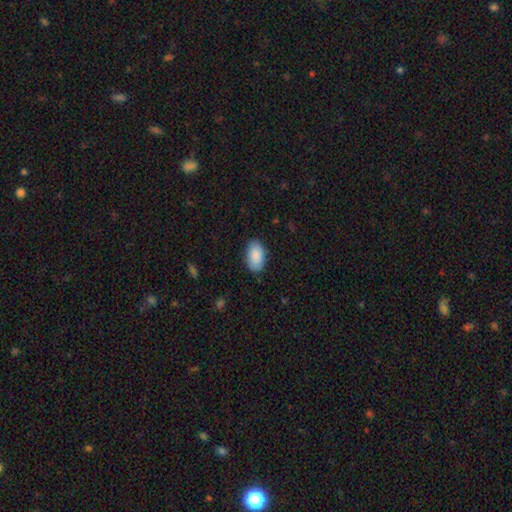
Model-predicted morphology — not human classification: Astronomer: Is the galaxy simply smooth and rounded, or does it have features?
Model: smooth — 89%.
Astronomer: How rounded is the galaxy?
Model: in between — 94%.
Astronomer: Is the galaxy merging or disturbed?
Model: none — 85%.